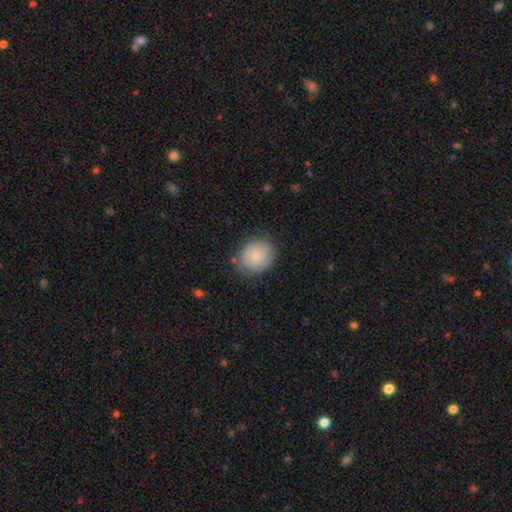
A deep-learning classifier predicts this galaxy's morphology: smooth-or-featured: smooth: 79% | featured or disk: 13% | star or artifact: 7%
  how-rounded: round: 77% | in between: 22% | cigar-shaped: 1%
  merging: none: 73% | minor disturbance: 20% | major disturbance: 6% | merger: 2%